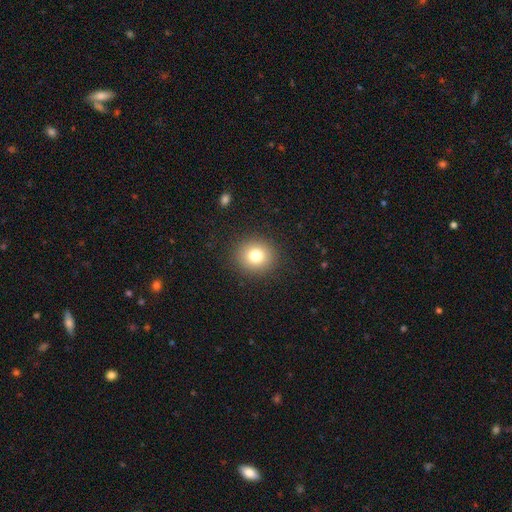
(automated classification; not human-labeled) This is likely a smooth galaxy (79%). How rounded: clearly round (87%). Merging: clearly none (91%).